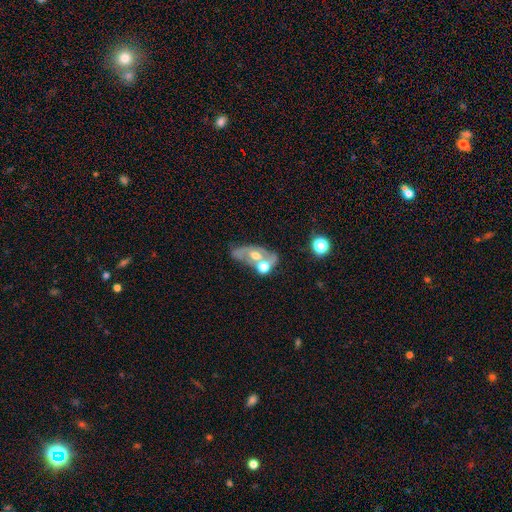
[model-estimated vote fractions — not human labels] featured or disk 62%, smooth 27%, star or artifact 11%. Down the decision tree: edge-on disk — no (89%); bar — no (74%); spiral arms — no (51%); bulge size — moderate (70%); merging — none (44%).